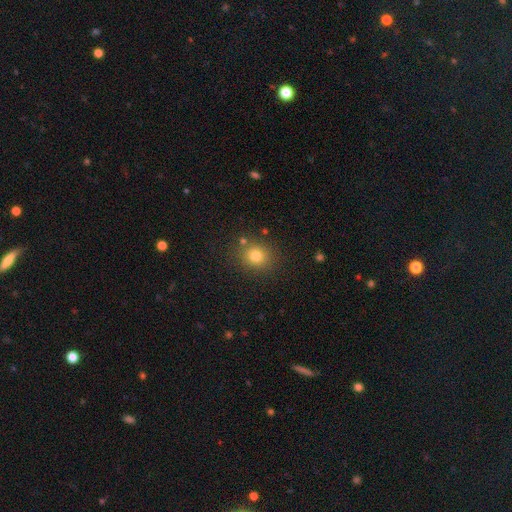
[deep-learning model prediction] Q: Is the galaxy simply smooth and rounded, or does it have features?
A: smooth — 79%.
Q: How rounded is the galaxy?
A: round — 78%.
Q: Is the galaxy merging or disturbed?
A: none — 83%.